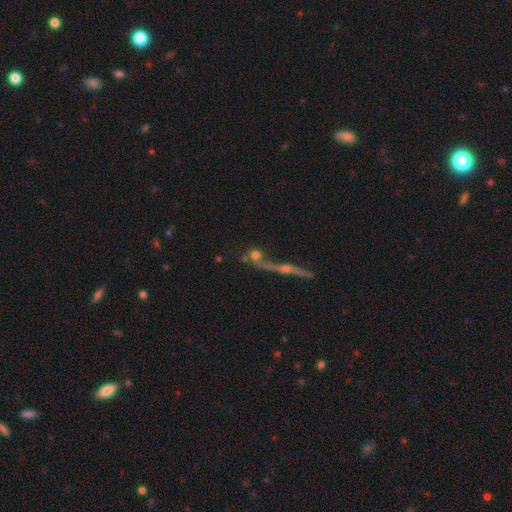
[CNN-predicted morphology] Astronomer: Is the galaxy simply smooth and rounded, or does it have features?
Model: smooth — 50% (runner-up: featured or disk, 33%).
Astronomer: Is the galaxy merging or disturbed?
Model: none — 47% (runner-up: merger, 35%).